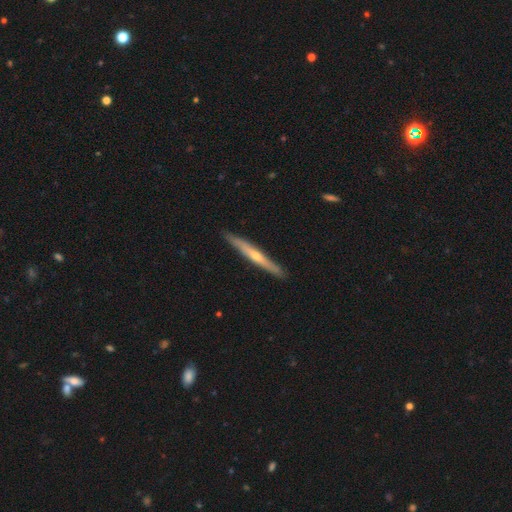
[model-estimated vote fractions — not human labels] smooth_or_featured: featured or disk (p=0.63) [alt: smooth p=0.32]
disk_edge_on: yes (p=0.96) [alt: no p=0.04]
edge_on_bulge: rounded (p=0.70) [alt: none p=0.27]
merging: none (p=0.91) [alt: minor disturbance p=0.07]